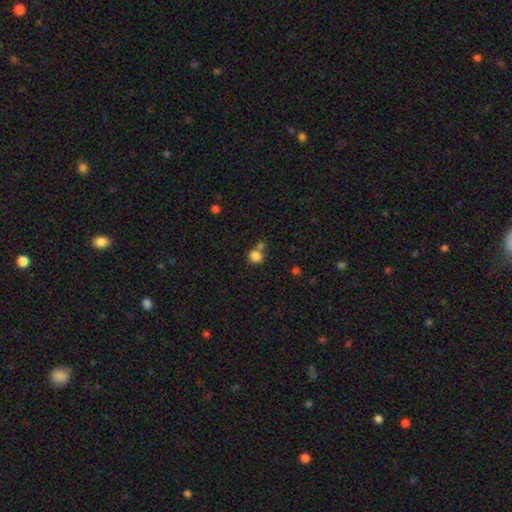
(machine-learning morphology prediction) Smooth or featured? smooth (82%)
How rounded? round (67%)
Merging? none (52%)